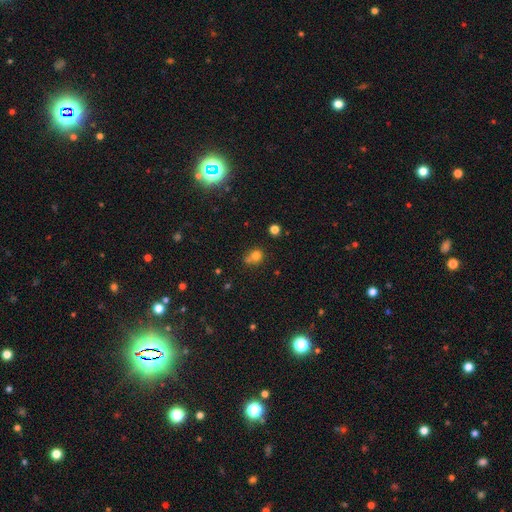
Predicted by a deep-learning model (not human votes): This appears to be a smooth galaxy with no disk features (75%) that is round (75%). Merging: none (48%).